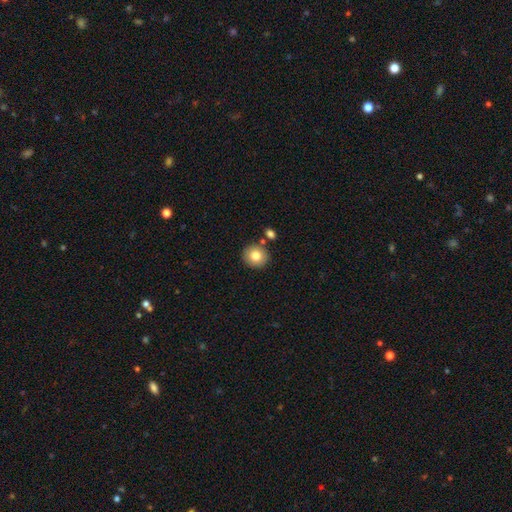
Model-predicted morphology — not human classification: Overall: smooth (81%). How rounded: round (86%). Merging: none (82%).